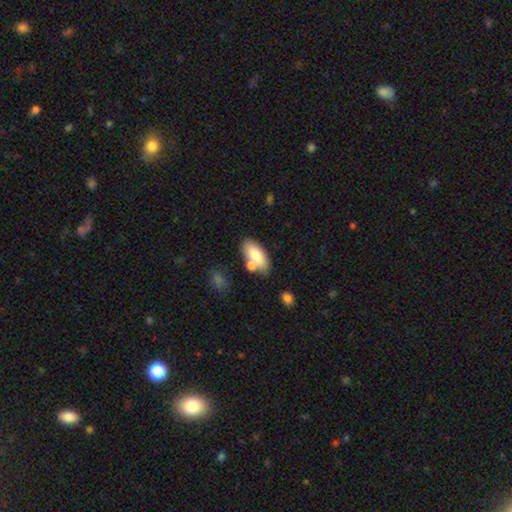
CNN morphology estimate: This is likely a smooth galaxy (75%). How rounded: clearly in between (87%). Merging: possibly none (59%).